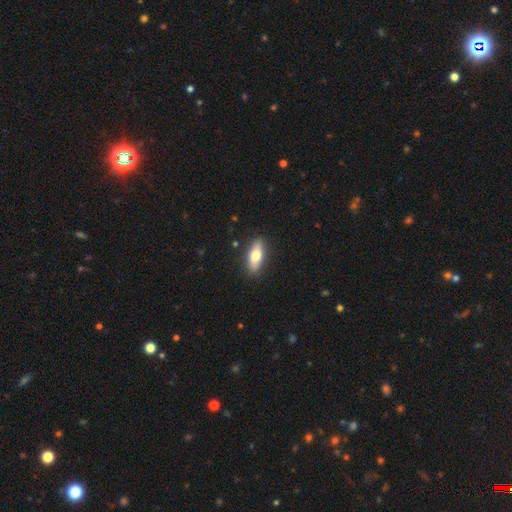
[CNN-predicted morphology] Smooth or featured? Predicted: smooth (p=0.68). How rounded? Predicted: in between (p=0.71). Merging? Predicted: none (p=0.86).